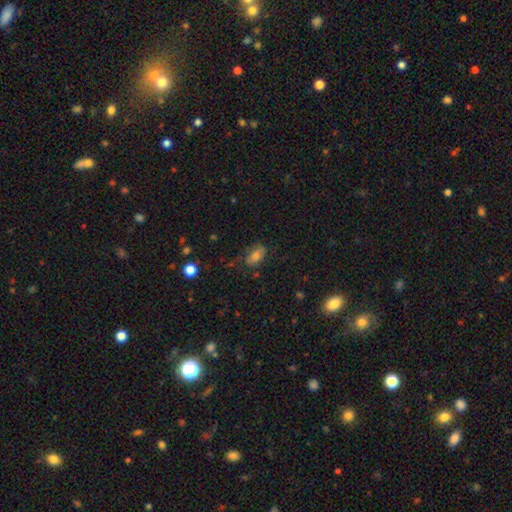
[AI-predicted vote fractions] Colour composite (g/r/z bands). It shows a smooth galaxy with no disk features (68%) that is in between round and cigar-shaped (88%). Merging: none (67%).